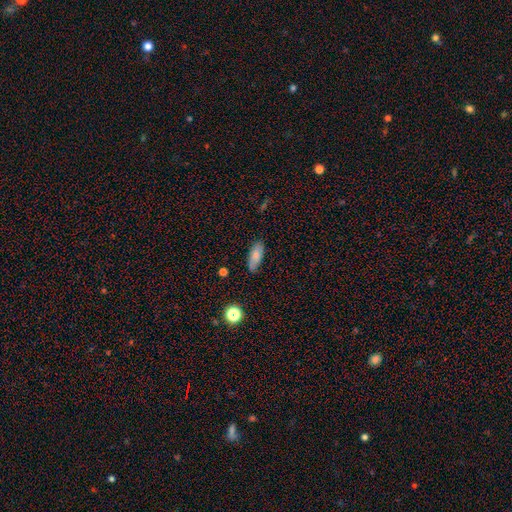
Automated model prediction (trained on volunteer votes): A smooth galaxy with no disk features (78%) that is in between round and cigar-shaped (76%). Merging: none (82%).